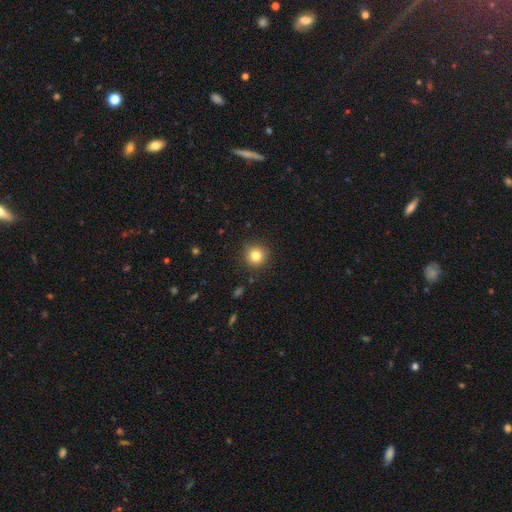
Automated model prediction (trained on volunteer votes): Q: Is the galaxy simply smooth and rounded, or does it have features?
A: smooth — 82%.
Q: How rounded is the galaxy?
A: round — 94%.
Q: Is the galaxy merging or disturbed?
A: none — 89%.